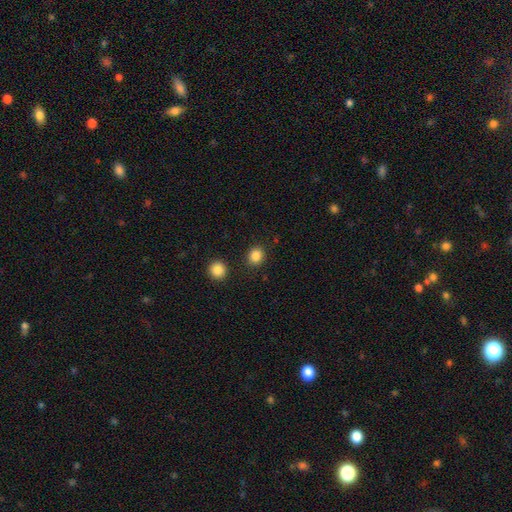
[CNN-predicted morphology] Smooth or featured? smooth (85%)
How rounded? round (74%)
Merging? none (87%)